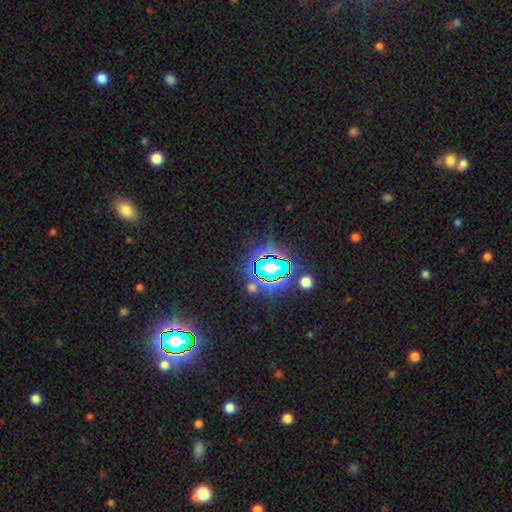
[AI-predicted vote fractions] Smooth or featured? star or artifact (83%)